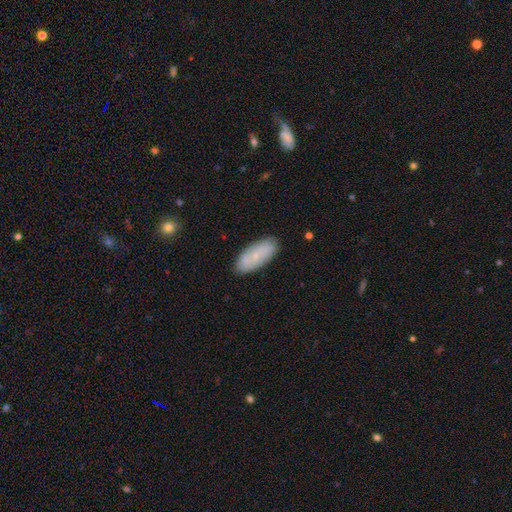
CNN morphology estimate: The model was most divided on "smooth or featured": smooth: 61%, featured or disk: 32%, star or artifact: 7%. More confident: how rounded — in between (86%); merging — none (85%).